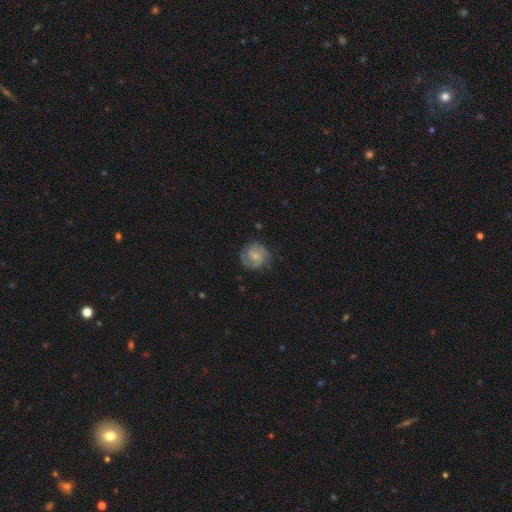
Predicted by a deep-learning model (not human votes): This is likely a featured or disk galaxy (67%). It is clearly not viewed edge-on (98%). Bar: possibly no (60%). Spiral arm pattern: clearly yes (92%). Spiral arm count: likely 2 (71%). Spiral winding: possibly tight (52%). Central bulge: possibly small (58%). Merging: likely none (75%).